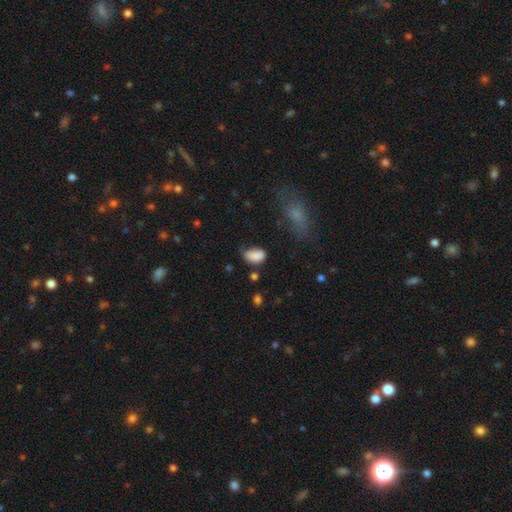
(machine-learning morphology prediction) This is clearly a smooth galaxy (84%). How rounded: clearly in between (88%). Merging: marginally none (43%).